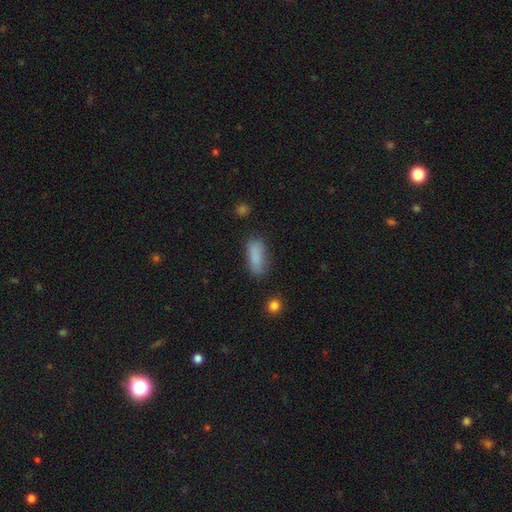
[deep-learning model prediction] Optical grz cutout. It shows a smooth galaxy with no disk features (84%) that is in between round and cigar-shaped (70%). Merging: none (72%).